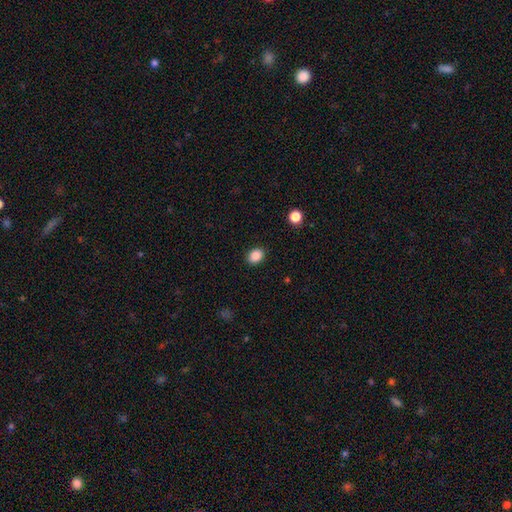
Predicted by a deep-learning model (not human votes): Morphology: type=smooth (87%); roundness=in between (62%); merging=none (88%).